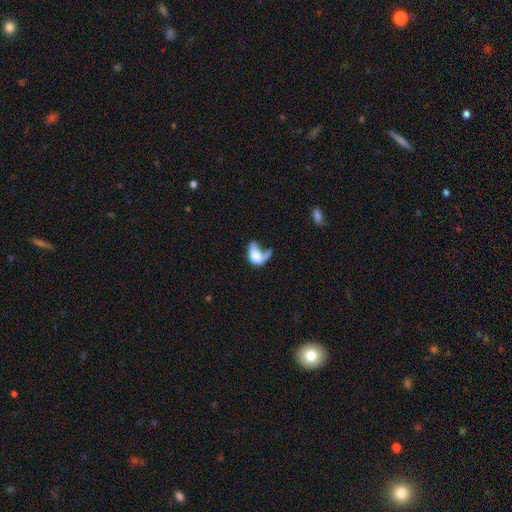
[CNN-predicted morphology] Q: Smooth or featured?
A: smooth (60%); runner-up: featured or disk (31%)
Q: How rounded?
A: in between (80%); runner-up: round (16%)
Q: Merging?
A: major disturbance (42%); runner-up: merger (28%)